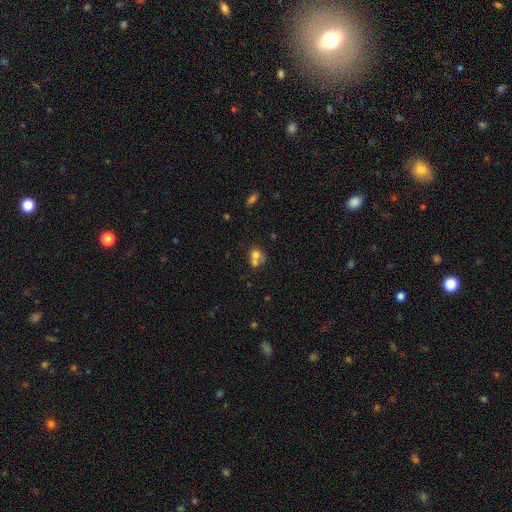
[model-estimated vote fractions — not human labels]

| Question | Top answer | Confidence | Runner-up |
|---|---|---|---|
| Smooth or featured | smooth | 66% | featured or disk (22%) |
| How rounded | round | 66% | in between (33%) |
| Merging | merger | 59% | none (28%) |